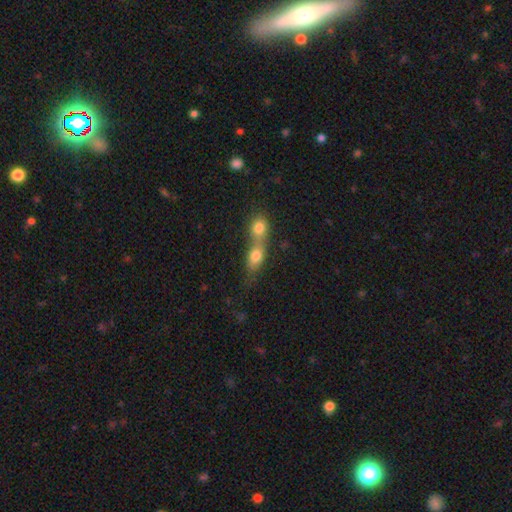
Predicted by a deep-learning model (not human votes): Morphology: type=smooth (75%); roundness=in between (55%); merging=merger (76%).